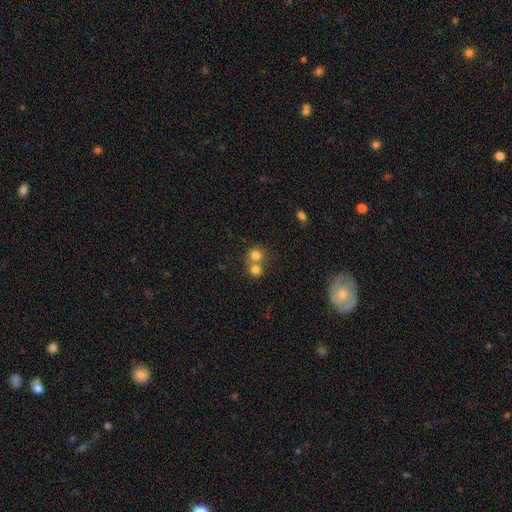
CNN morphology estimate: The model was most divided on "merging": merger: 53%, none: 39%, minor disturbance: 6%, major disturbance: 3%. More confident: how rounded — round (85%); smooth or featured — smooth (78%).